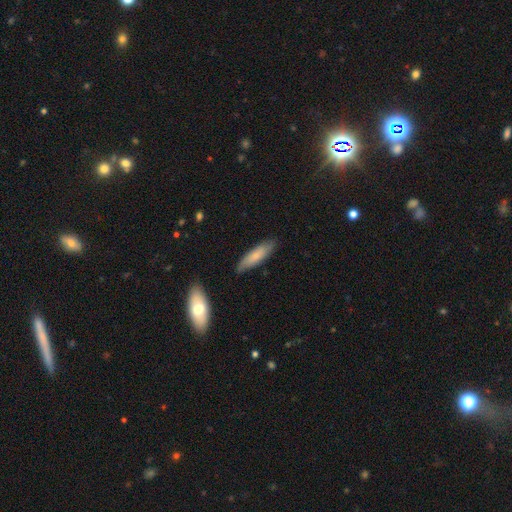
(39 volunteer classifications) Overall: smooth (82%). How rounded: in between (50%; cigar-shaped 47%). Merging: none (81%).